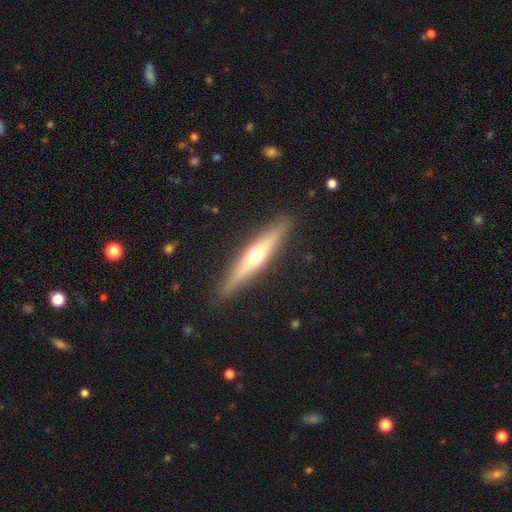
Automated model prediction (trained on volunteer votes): A featured or disk galaxy (60%) viewed edge-on (94%) with a rounded central bulge (90%). Merging: none (89%).